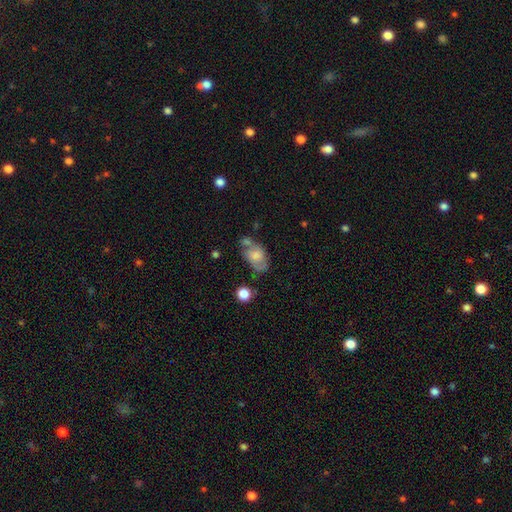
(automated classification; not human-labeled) This appears to be a smooth galaxy with no disk features (56%) that is in between round and cigar-shaped (86%). Merging: none (39%).